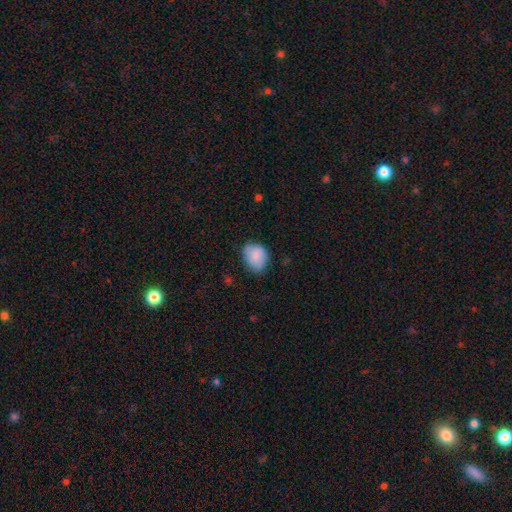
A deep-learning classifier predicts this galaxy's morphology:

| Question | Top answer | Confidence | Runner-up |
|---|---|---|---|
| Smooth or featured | smooth | 83% | featured or disk (10%) |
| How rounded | in between | 57% | round (42%) |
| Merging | none | 64% | minor disturbance (29%) |